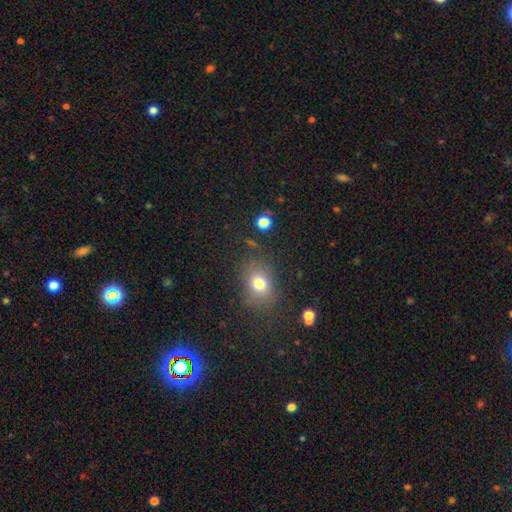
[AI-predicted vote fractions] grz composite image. It shows a smooth galaxy with no disk features (59%) that is round (53%). Merging: none (81%).